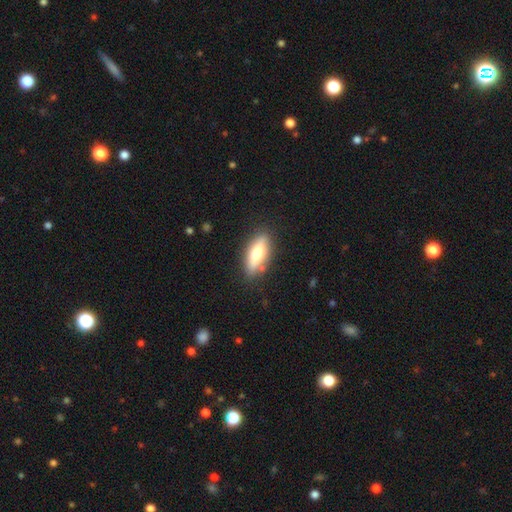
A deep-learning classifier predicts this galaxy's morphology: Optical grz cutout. It shows a smooth galaxy with no disk features (69%) that is in between round and cigar-shaped (63%). Merging: none (82%).